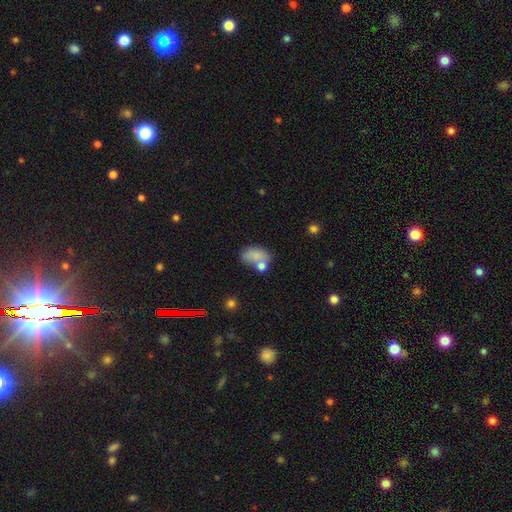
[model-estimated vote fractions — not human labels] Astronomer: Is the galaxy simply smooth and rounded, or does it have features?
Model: smooth — 76%.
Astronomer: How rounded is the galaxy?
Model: in between — 82%.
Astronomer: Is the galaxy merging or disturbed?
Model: none — 38% (runner-up: merger, 32%).